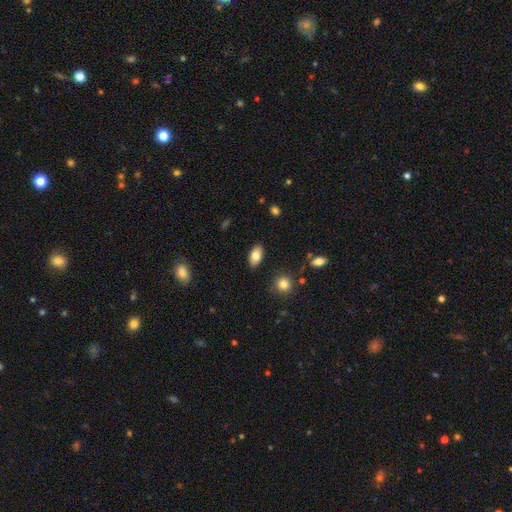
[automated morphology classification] Overall: smooth (79%). How rounded: in between (92%). Merging: none (87%).